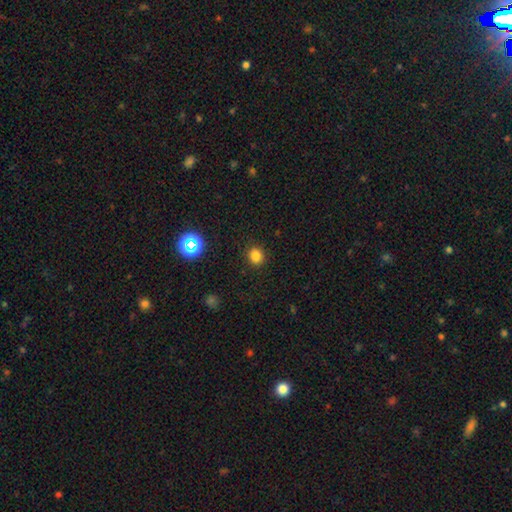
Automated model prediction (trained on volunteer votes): Smooth or featured? Predicted: smooth (p=0.81). How rounded? Predicted: round (p=0.80). Merging? Predicted: none (p=0.90).